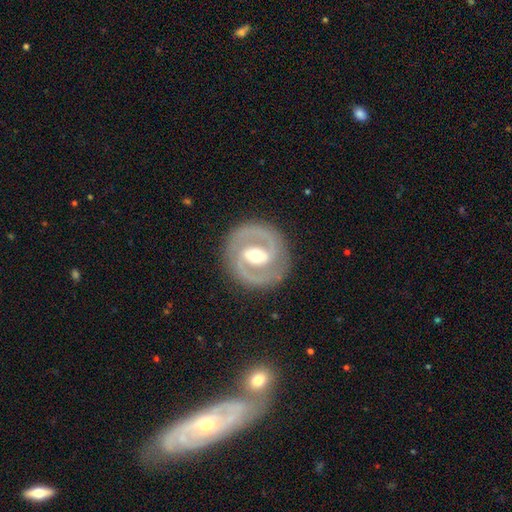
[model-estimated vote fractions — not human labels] Smooth or featured?
  - featured or disk: 86% *
  - smooth: 10%
  - star or artifact: 4%
Edge-on disk?
  - no: 97% *
  - yes: 3%
Bar?
  - weak: 43% *
  - strong: 42%
  - no: 15%
Spiral arms?
  - yes: 88% *
  - no: 12%
Spiral winding?
  - medium: 49% *
  - tight: 39%
  - loose: 12%
Spiral arm count?
  - 2: 90% *
  - can't tell: 4%
  - 1: 2%
  - 3: 2%
  - 4: 1%
  - more than 4: 1%
Bulge size?
  - moderate: 70% *
  - small: 18%
  - large: 10%
  - dominant: 1%
  - none: 1%
Merging?
  - none: 87% *
  - minor disturbance: 8%
  - major disturbance: 4%
  - merger: 1%